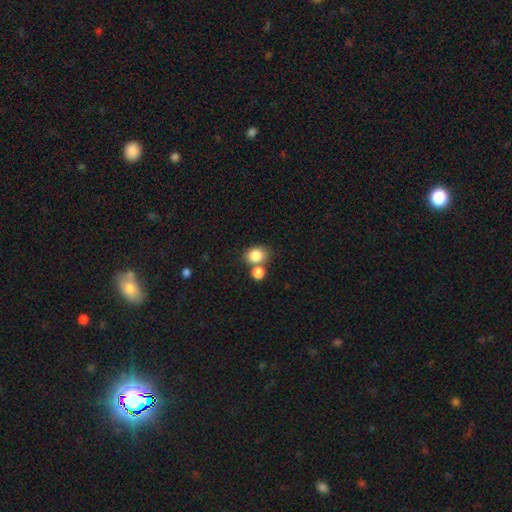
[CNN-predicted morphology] smooth-or-featured: smooth: 84% | star or artifact: 10% | featured or disk: 6%
  how-rounded: round: 59% | in between: 40% | cigar-shaped: 1%
  merging: none: 55% | merger: 31% | minor disturbance: 10% | major disturbance: 4%